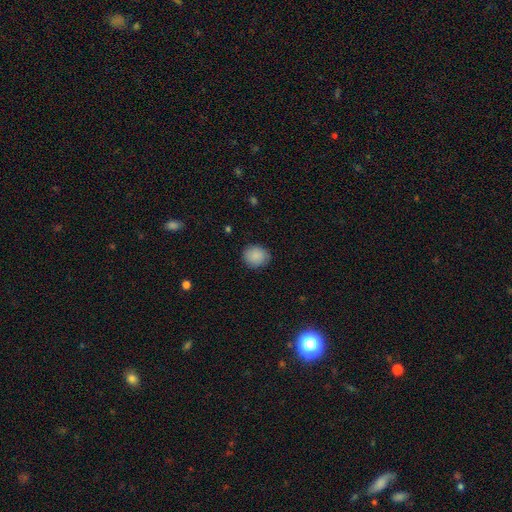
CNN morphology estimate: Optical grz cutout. It shows a smooth galaxy with no disk features (88%) that is round (72%). Merging: none (86%).